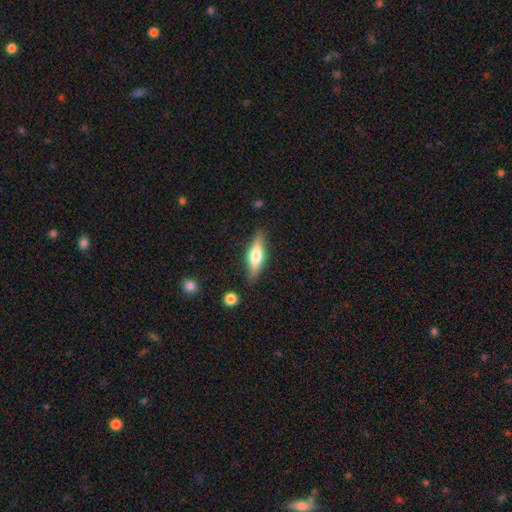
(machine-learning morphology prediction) Overall: smooth (49%; featured or disk 45%). Merging: none (83%).